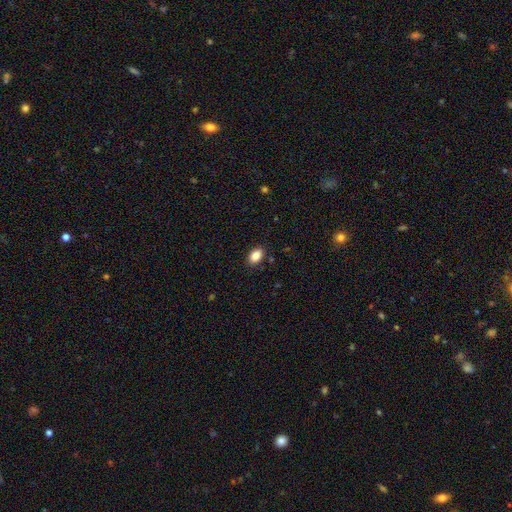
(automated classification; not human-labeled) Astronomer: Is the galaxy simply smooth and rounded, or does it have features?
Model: smooth — 87%.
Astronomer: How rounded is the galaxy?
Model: in between — 83%.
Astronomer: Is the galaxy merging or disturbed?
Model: none — 88%.